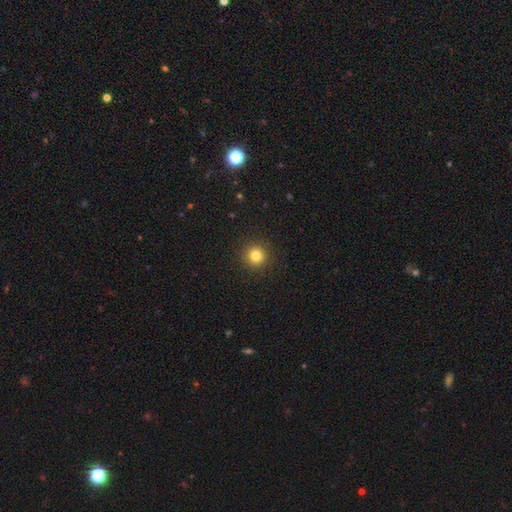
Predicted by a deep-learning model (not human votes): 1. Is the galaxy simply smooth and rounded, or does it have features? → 81% smooth, 13% star or artifact, 6% featured or disk.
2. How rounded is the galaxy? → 95% round, 4% in between, 1% cigar-shaped.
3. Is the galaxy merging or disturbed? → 92% none, 5% minor disturbance, 2% major disturbance, 1% merger.